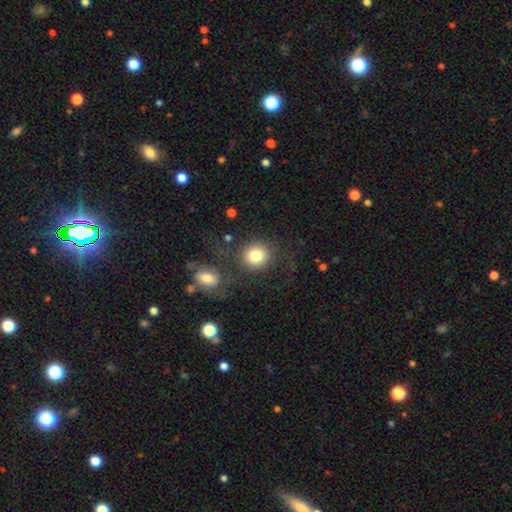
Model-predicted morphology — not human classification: Smooth or featured?
  - smooth: 81% *
  - featured or disk: 10%
  - star or artifact: 9%
How rounded?
  - round: 87% *
  - in between: 12%
  - cigar-shaped: 1%
Merging?
  - none: 71% *
  - merger: 11%
  - minor disturbance: 10%
  - major disturbance: 8%